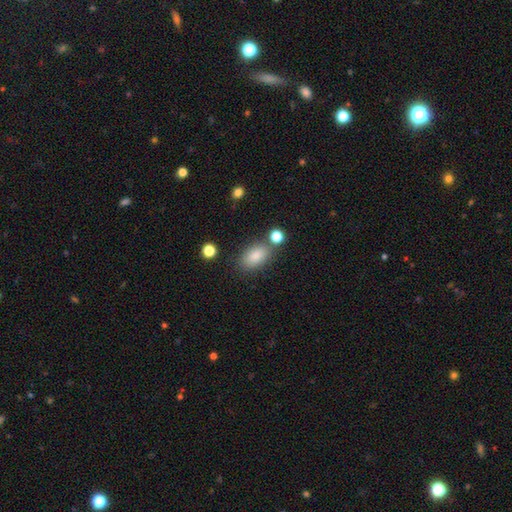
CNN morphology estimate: smooth_or_featured: smooth (p=0.85) [alt: star or artifact p=0.08]
how_rounded: in between (p=0.91) [alt: round p=0.06]
merging: none (p=0.73) [alt: minor disturbance p=0.13]